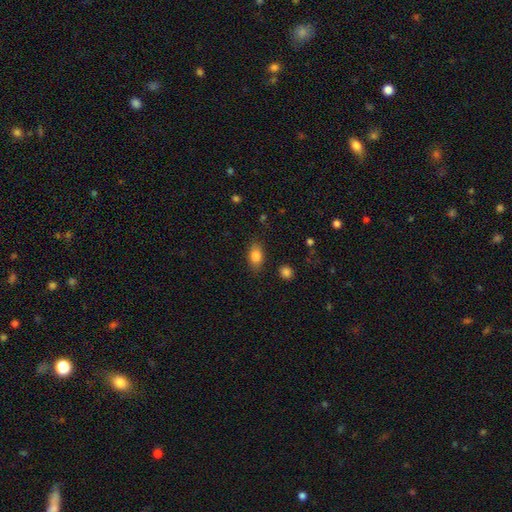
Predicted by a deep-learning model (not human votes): smooth_or_featured: smooth (p=0.84) [alt: star or artifact p=0.09]
how_rounded: in between (p=0.85) [alt: round p=0.10]
merging: none (p=0.81) [alt: minor disturbance p=0.14]